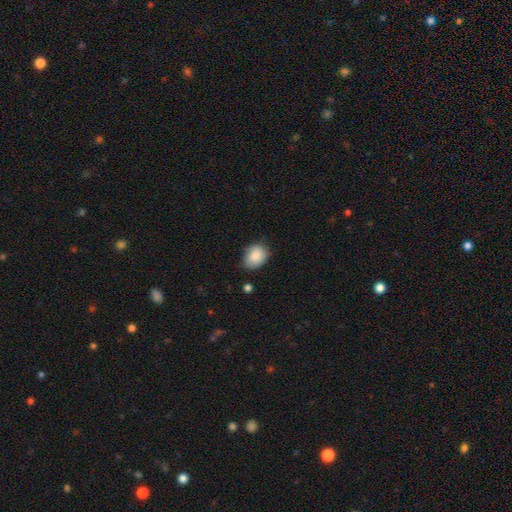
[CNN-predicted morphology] This appears to be a smooth galaxy with no disk features (84%) that is in between round and cigar-shaped (59%). Merging: none (65%).